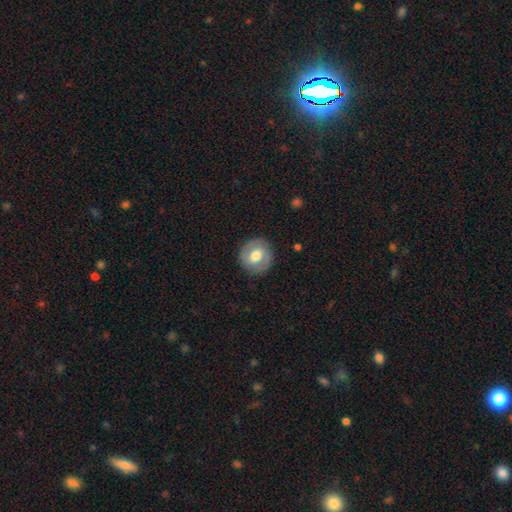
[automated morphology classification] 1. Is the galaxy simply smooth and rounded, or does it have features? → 54% smooth, 39% featured or disk, 7% star or artifact.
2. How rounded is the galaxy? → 83% round, 16% in between, 1% cigar-shaped.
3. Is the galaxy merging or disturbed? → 86% none, 10% minor disturbance, 3% major disturbance, 1% merger.